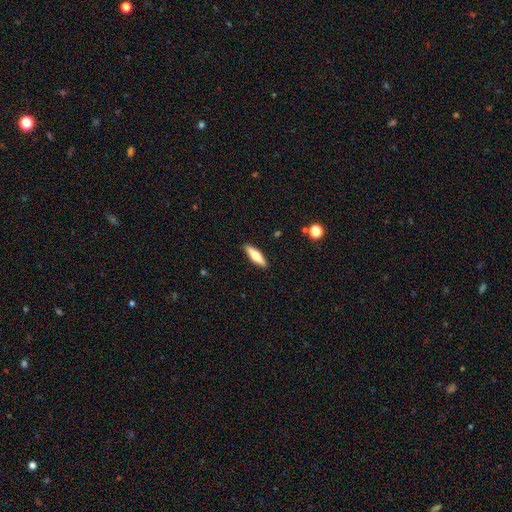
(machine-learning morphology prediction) This is possibly a smooth galaxy (59%). How rounded: likely cigar-shaped (62%). Merging: clearly none (90%).